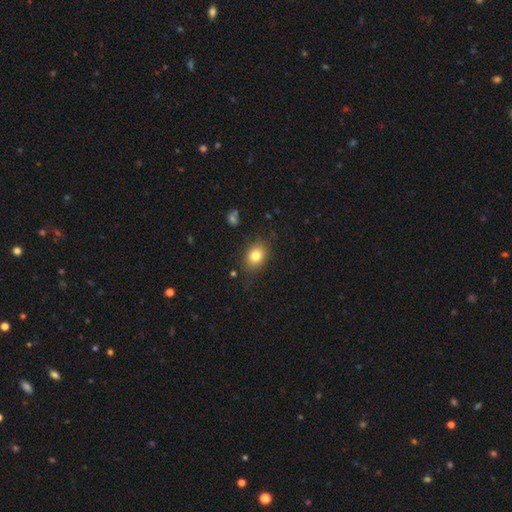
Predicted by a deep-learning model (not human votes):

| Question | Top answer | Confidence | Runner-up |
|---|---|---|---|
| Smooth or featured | smooth | 81% | star or artifact (10%) |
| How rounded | in between | 65% | round (33%) |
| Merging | none | 81% | minor disturbance (14%) |